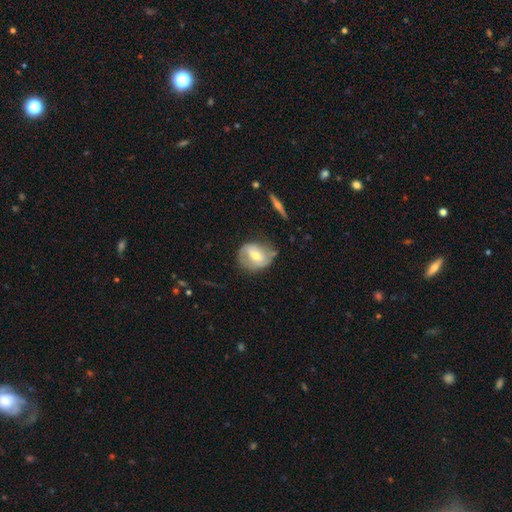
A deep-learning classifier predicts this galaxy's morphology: smooth-or-featured: featured or disk: 58% | smooth: 36% | star or artifact: 6%
  disk-edge-on: no: 94% | yes: 6%
    bar: weak: 39% | no: 34% | strong: 26%
    has-spiral-arms: yes: 67% | no: 33%
    bulge-size: moderate: 58% | small: 37% | large: 3% | none: 1% | dominant: 1%
  merging: none: 56% | minor disturbance: 29% | major disturbance: 12% | merger: 4%